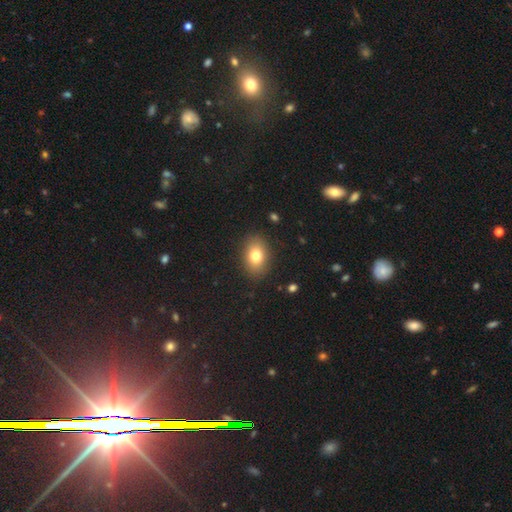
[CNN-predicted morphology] smooth 78%, featured or disk 12%, star or artifact 10%. Down the decision tree: how rounded — in between (77%); merging — none (87%).